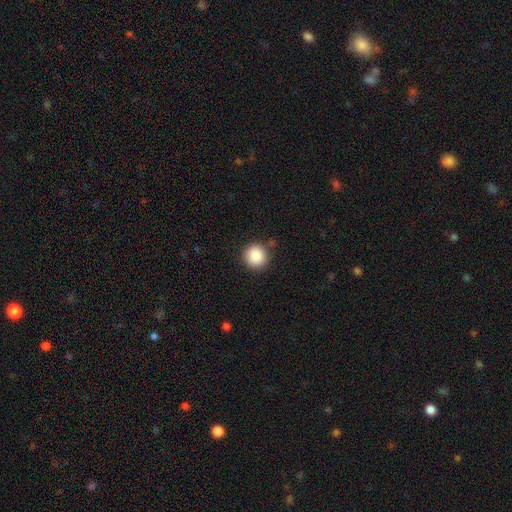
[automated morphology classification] Smooth or featured: smooth — 88% (star or artifact — 9%)
How rounded: round — 92% (in between — 7%)
Merging: none — 85% (minor disturbance — 10%)